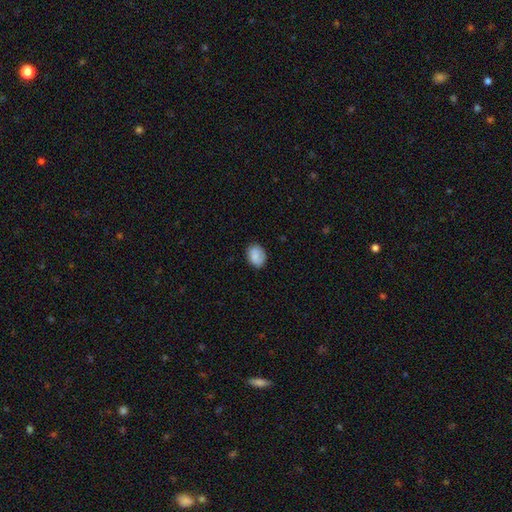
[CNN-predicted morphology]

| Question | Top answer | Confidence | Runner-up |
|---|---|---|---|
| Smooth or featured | smooth | 82% | featured or disk (11%) |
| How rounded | in between | 56% | round (43%) |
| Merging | none | 77% | minor disturbance (18%) |